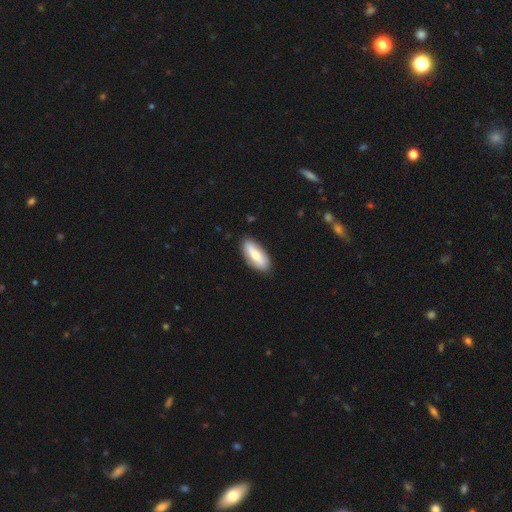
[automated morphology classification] Smooth or featured? smooth (61%)
How rounded? in between (76%)
Merging? none (85%)